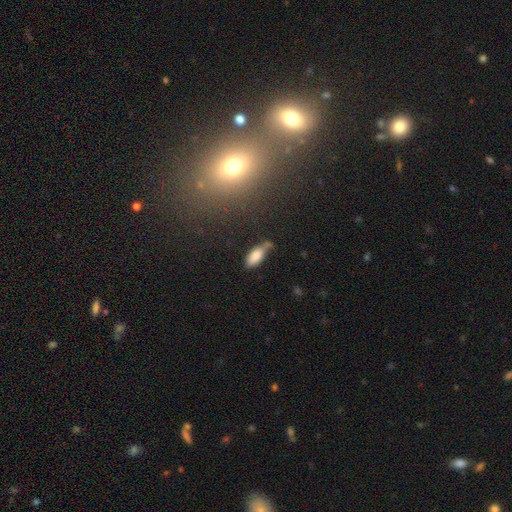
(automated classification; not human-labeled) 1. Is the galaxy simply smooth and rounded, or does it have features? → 82% smooth, 11% featured or disk, 7% star or artifact.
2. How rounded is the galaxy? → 81% in between, 16% cigar-shaped, 2% round.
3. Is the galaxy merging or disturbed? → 48% none, 33% minor disturbance, 10% merger, 9% major disturbance.